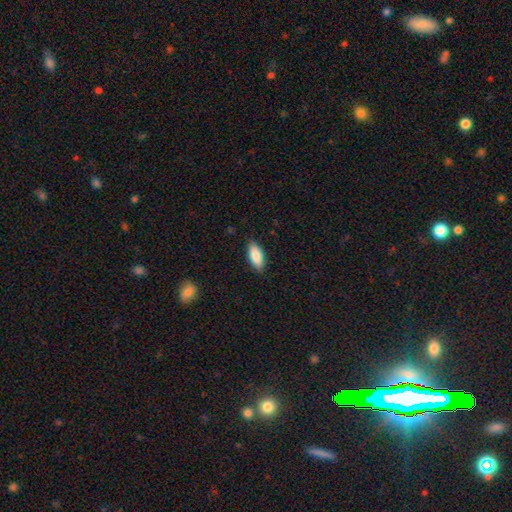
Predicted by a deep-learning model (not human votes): Smooth or featured? Predicted: smooth (p=0.87). How rounded? Predicted: in between (p=0.86). Merging? Predicted: none (p=0.86).